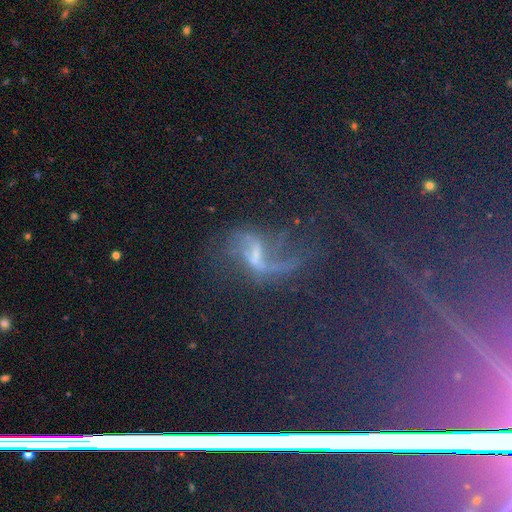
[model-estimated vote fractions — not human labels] Q: Smooth or featured?
A: featured or disk (61%); runner-up: star or artifact (27%)
Q: Edge-on disk?
A: no (91%); runner-up: yes (9%)
Q: Bar?
A: weak (39%); runner-up: no (36%)
Q: Spiral arms?
A: yes (85%); runner-up: no (15%)
Q: Bulge size?
A: small (53%); runner-up: moderate (29%)
Q: Merging?
A: none (52%); runner-up: major disturbance (23%)